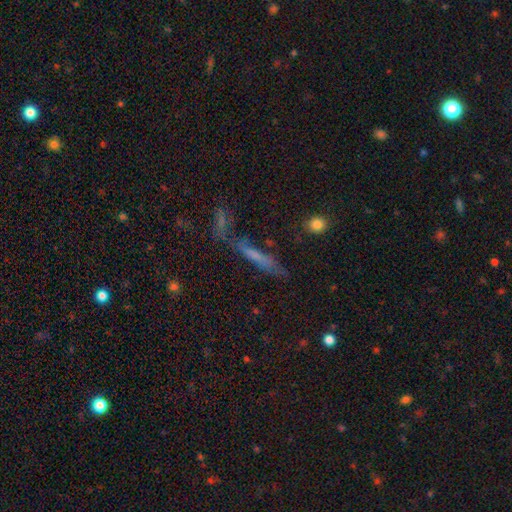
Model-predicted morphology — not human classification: A smooth galaxy with no disk features (48%).

Vote fractions:
- Smooth or featured? smooth: 48% / featured or disk: 34% / star or artifact: 17%
- Merging? none: 59% / minor disturbance: 18% / merger: 13% / major disturbance: 10%